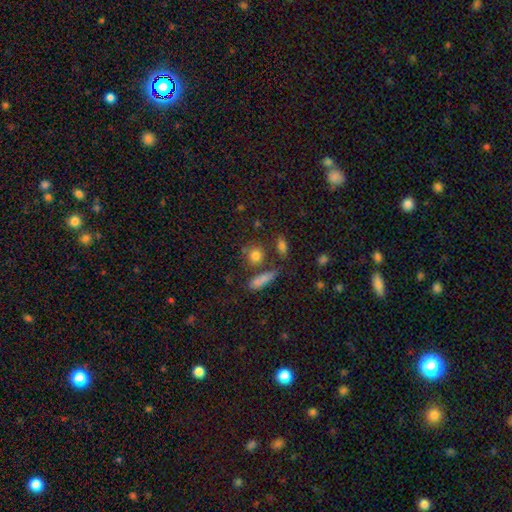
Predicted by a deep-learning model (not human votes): This is likely a smooth galaxy (78%). How rounded: likely round (65%). Merging: likely none (64%).